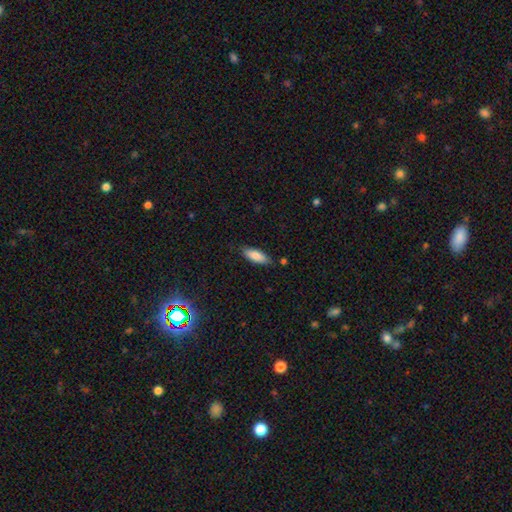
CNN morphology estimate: This is clearly a smooth galaxy (84%). How rounded: likely in between (67%). Merging: clearly none (80%).